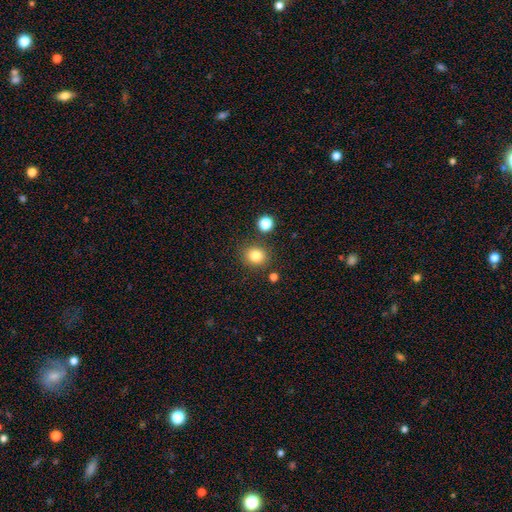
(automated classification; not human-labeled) This appears to be a smooth galaxy with no disk features (82%) that is round (79%). Merging: none (83%).